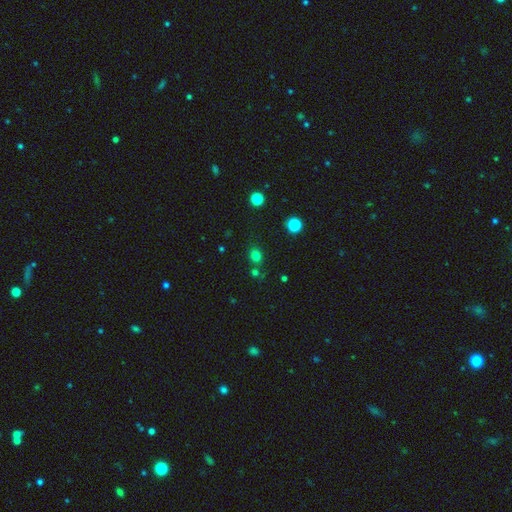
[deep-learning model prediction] smooth-or-featured: smooth: 75% | star or artifact: 19% | featured or disk: 6%
  how-rounded: round: 67% | in between: 32% | cigar-shaped: 1%
  merging: none: 75% | merger: 11% | minor disturbance: 10% | major disturbance: 4%